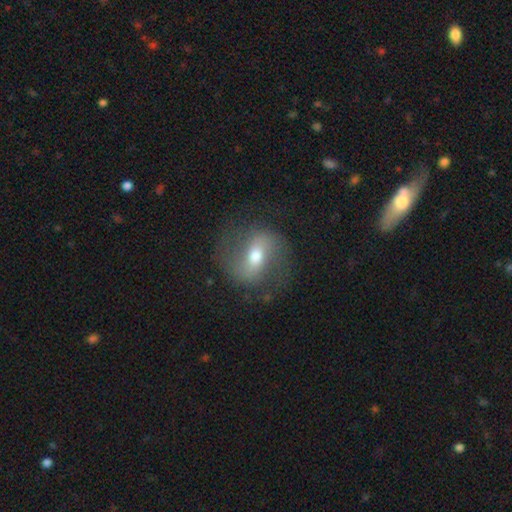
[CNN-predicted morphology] Q: Smooth or featured?
A: featured or disk (74%); runner-up: smooth (18%)
Q: Edge-on disk?
A: no (95%); runner-up: yes (5%)
Q: Bar?
A: weak (43%); runner-up: strong (35%)
Q: Spiral arms?
A: yes (89%); runner-up: no (11%)
Q: Spiral winding?
A: medium (47%); runner-up: loose (35%)
Q: Spiral arm count?
A: 2 (89%); runner-up: can't tell (6%)
Q: Bulge size?
A: moderate (65%); runner-up: small (27%)
Q: Merging?
A: none (77%); runner-up: minor disturbance (14%)